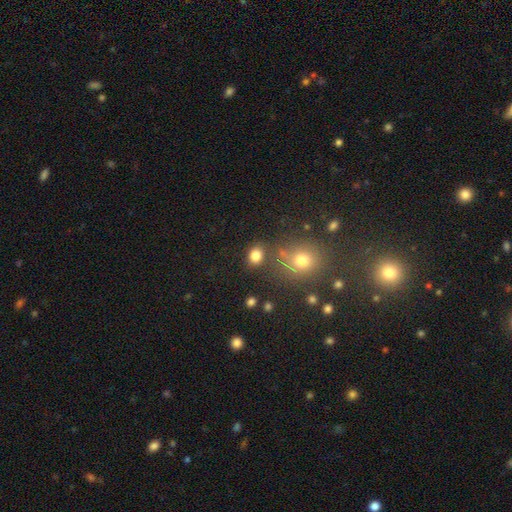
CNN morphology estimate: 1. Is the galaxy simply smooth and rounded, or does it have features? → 81% smooth, 13% star or artifact, 6% featured or disk.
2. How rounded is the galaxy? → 51% round, 48% in between, 1% cigar-shaped.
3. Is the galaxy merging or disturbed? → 77% none, 11% minor disturbance, 8% merger, 4% major disturbance.